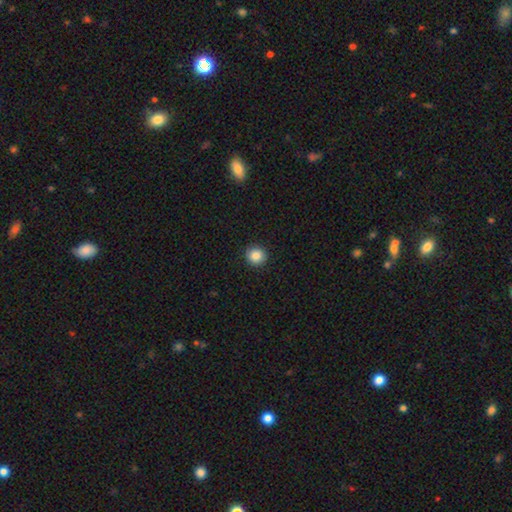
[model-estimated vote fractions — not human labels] A smooth galaxy with no disk features (86%) that is round (92%). Merging: none (92%).